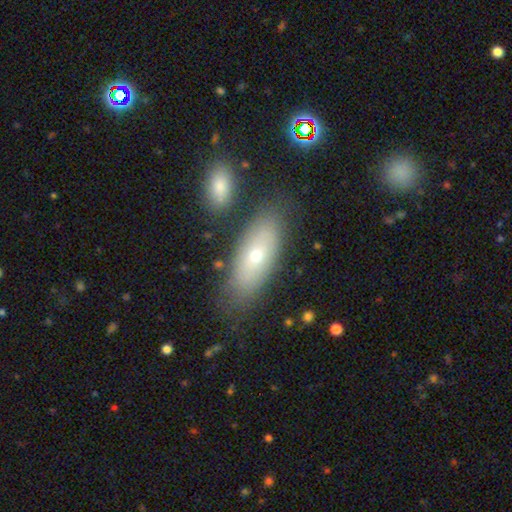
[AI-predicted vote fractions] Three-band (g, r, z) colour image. It shows a smooth galaxy with no disk features (59%) that is in between round and cigar-shaped (79%). Merging: none (78%).